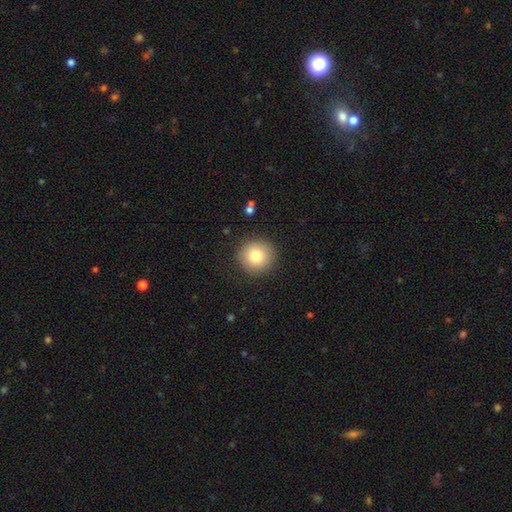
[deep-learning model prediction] A smooth galaxy with no disk features (81%) that is round (94%). Merging: none (90%).